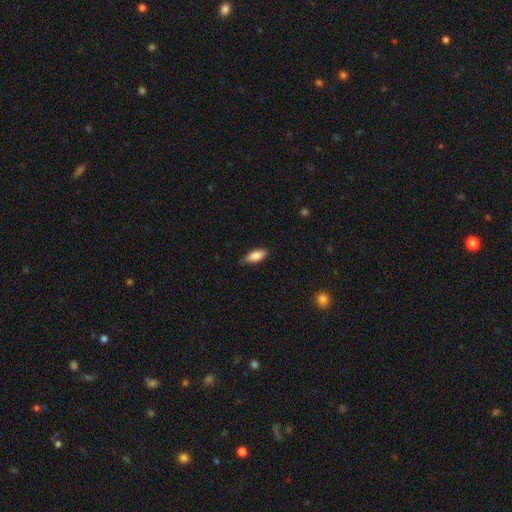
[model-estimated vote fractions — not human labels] A smooth galaxy with no disk features (85%) that is in between round and cigar-shaped (83%).

Vote fractions:
- Smooth or featured? smooth: 85% / featured or disk: 8% / star or artifact: 6%
- How rounded? in between: 83% / cigar-shaped: 14% / round: 2%
- Merging? none: 77% / minor disturbance: 20% / major disturbance: 3% / merger: 1%